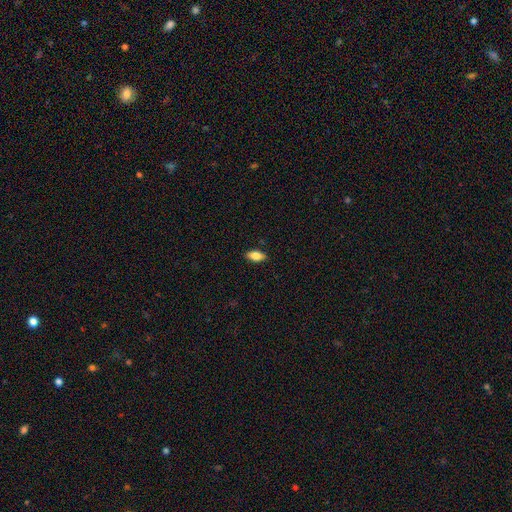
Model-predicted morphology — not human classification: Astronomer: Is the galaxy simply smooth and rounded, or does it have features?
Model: smooth — 78%.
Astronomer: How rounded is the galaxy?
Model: in between — 87%.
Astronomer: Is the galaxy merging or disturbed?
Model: none — 89%.